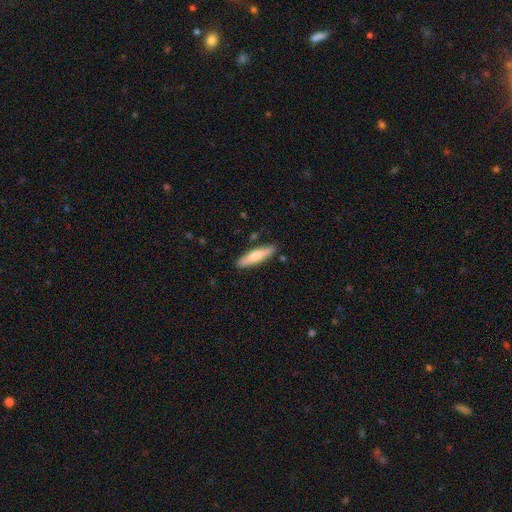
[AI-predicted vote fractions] This is likely a smooth galaxy (66%). How rounded: likely cigar-shaped (77%). Merging: clearly none (87%).